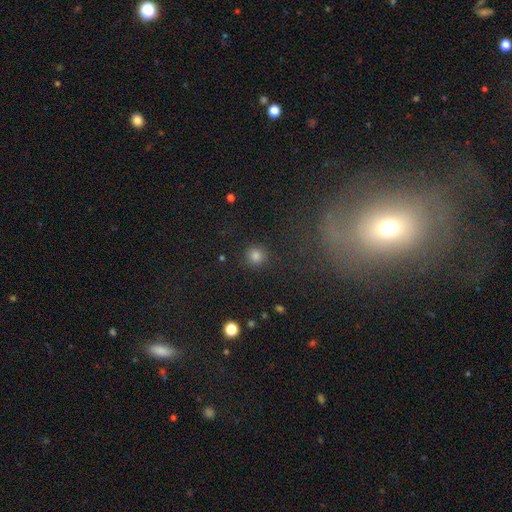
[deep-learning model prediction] Morphology: type=smooth (80%); roundness=round (93%); merging=none (89%).